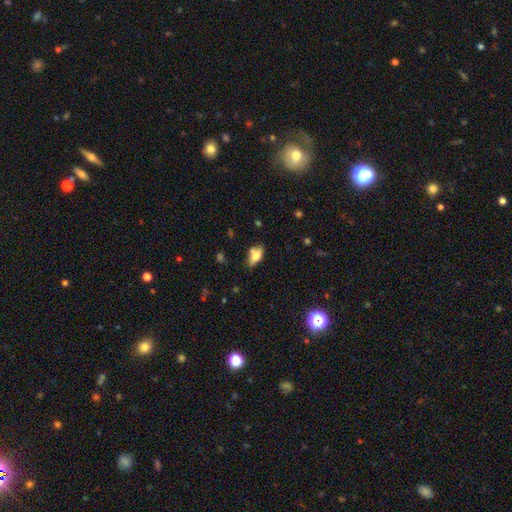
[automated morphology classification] A smooth galaxy with no disk features (69%) that is in between round and cigar-shaped (86%).

Vote fractions:
- Smooth or featured? smooth: 69% / featured or disk: 23% / star or artifact: 8%
- How rounded? in between: 86% / cigar-shaped: 9% / round: 5%
- Merging? none: 63% / minor disturbance: 20% / merger: 12% / major disturbance: 5%